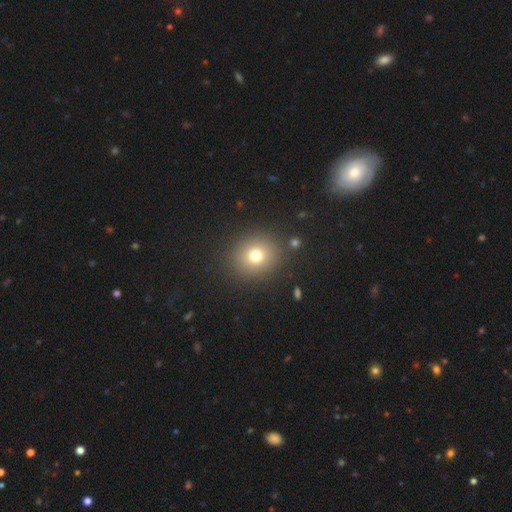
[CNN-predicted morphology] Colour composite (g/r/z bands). It shows a smooth galaxy with no disk features (74%) that is round (80%). Merging: none (87%).